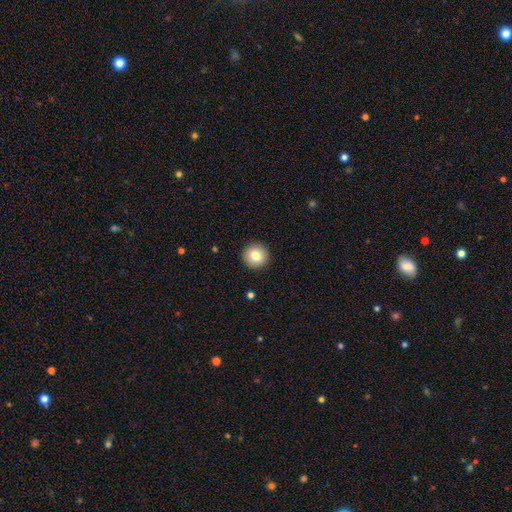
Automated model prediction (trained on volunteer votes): Morphology: type=smooth (82%); roundness=round (94%); merging=none (92%).